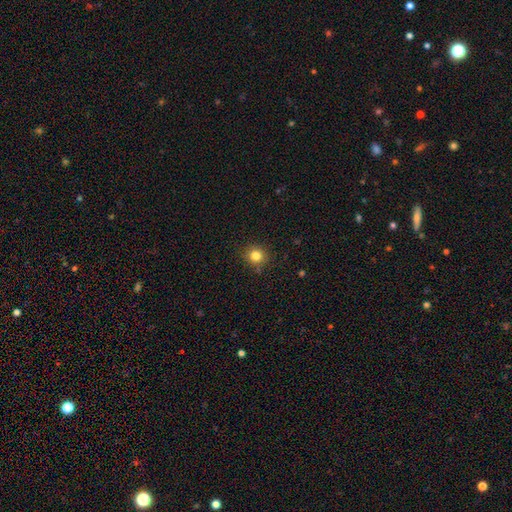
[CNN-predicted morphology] Smooth or featured? smooth (82%)
How rounded? round (90%)
Merging? none (88%)